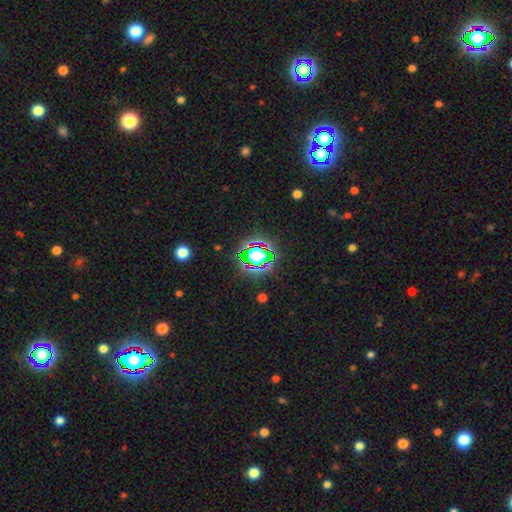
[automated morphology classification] A star or artifact, not a galaxy (65%).